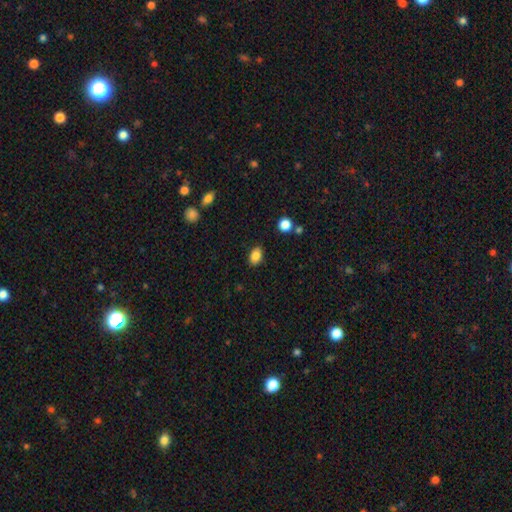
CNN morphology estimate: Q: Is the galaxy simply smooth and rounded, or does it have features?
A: smooth — 84%.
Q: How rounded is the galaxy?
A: in between — 84%.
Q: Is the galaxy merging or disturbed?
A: none — 85%.